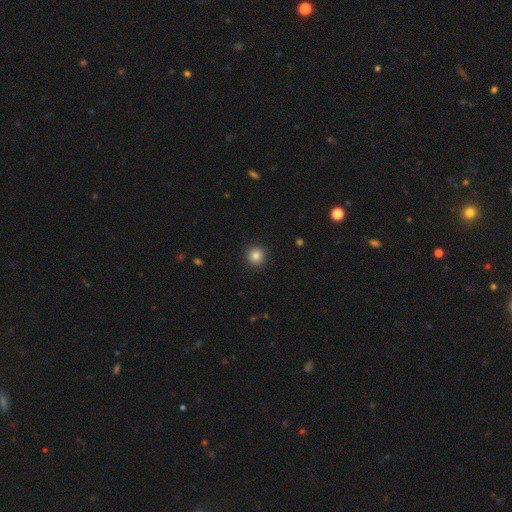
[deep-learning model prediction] smooth_or_featured: smooth (p=0.84) [alt: star or artifact p=0.11]
how_rounded: round (p=0.94) [alt: in between p=0.05]
merging: none (p=0.92) [alt: minor disturbance p=0.05]